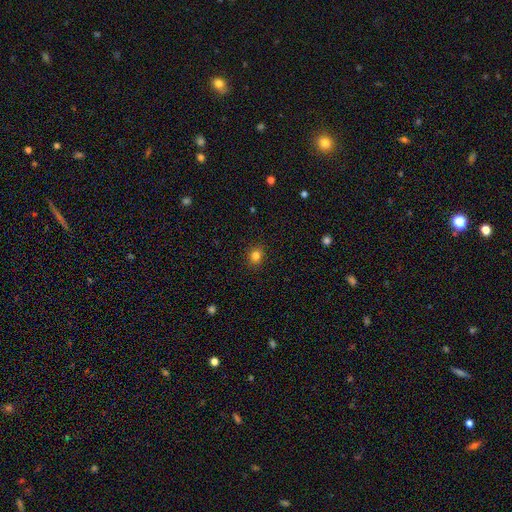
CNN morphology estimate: smooth_or_featured: smooth (p=0.81) [alt: star or artifact p=0.13]
how_rounded: round (p=0.76) [alt: in between p=0.23]
merging: none (p=0.90) [alt: minor disturbance p=0.07]